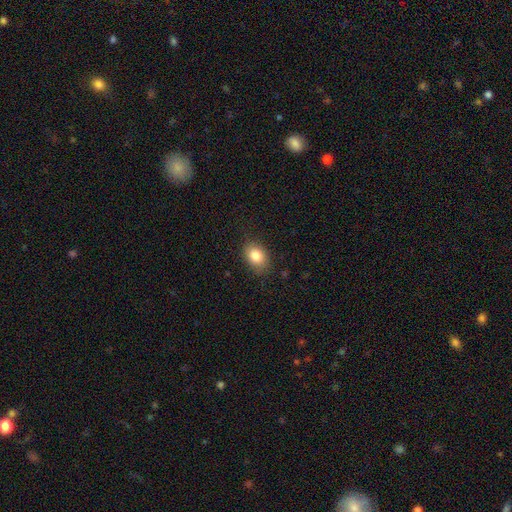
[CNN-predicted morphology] smooth-or-featured: smooth: 83% | star or artifact: 9% | featured or disk: 8%
  how-rounded: in between: 67% | round: 32% | cigar-shaped: 1%
  merging: none: 83% | minor disturbance: 13% | major disturbance: 3% | merger: 1%